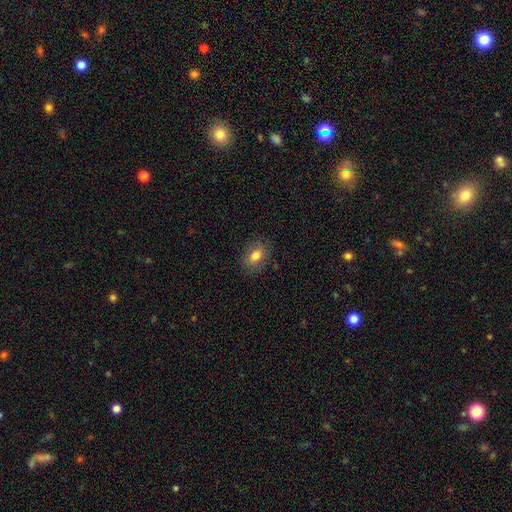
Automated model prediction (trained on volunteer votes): This is likely a smooth galaxy (79%). How rounded: clearly in between (81%). Merging: clearly none (84%).